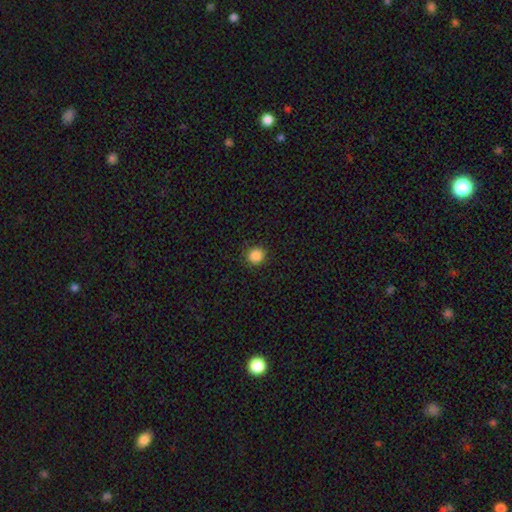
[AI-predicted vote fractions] smooth_or_featured: smooth (p=0.86) [alt: star or artifact p=0.11]
how_rounded: round (p=0.93) [alt: in between p=0.06]
merging: none (p=0.91) [alt: minor disturbance p=0.06]